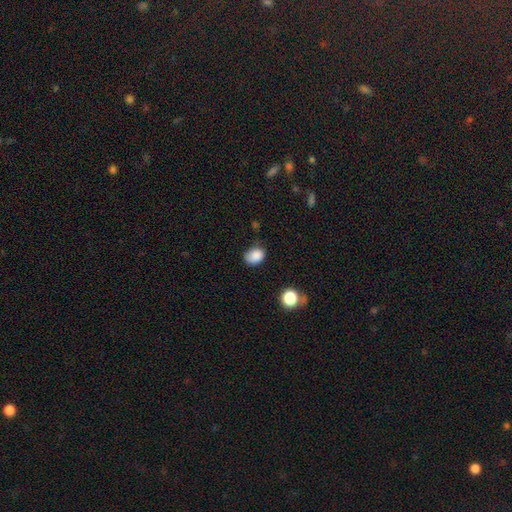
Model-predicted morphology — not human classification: Smooth or featured? Predicted: smooth (p=0.86). How rounded? Predicted: in between (p=0.68). Merging? Predicted: none (p=0.63).